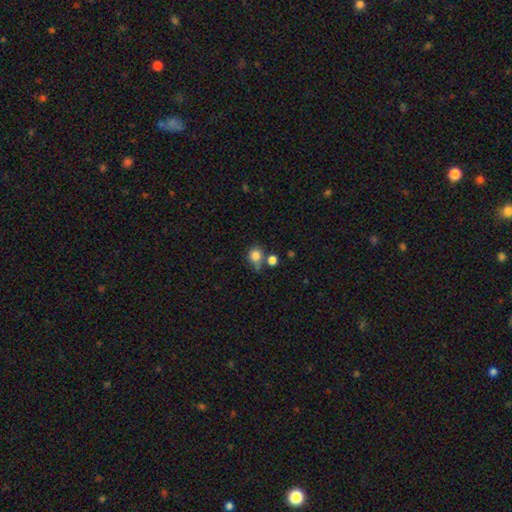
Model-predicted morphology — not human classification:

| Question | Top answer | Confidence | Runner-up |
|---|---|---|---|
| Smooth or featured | smooth | 82% | star or artifact (11%) |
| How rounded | round | 82% | in between (17%) |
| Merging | none | 56% | merger (22%) |